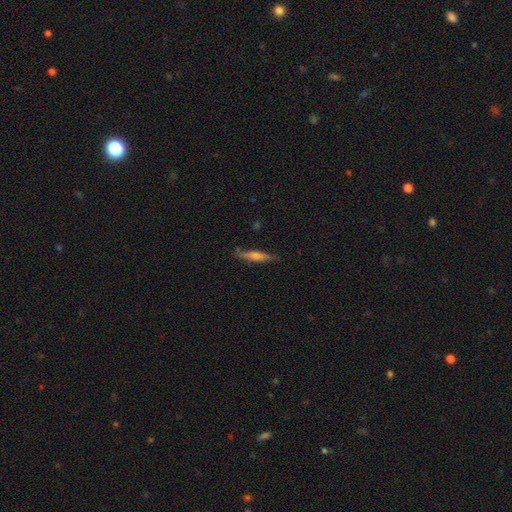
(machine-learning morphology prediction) Smooth or featured?
  - featured or disk: 56% *
  - smooth: 37%
  - star or artifact: 7%
Edge-on disk?
  - yes: 95% *
  - no: 5%
Edge-on bulge?
  - rounded: 76% *
  - none: 13%
  - boxy: 10%
Merging?
  - none: 85% *
  - minor disturbance: 12%
  - major disturbance: 2%
  - merger: 1%